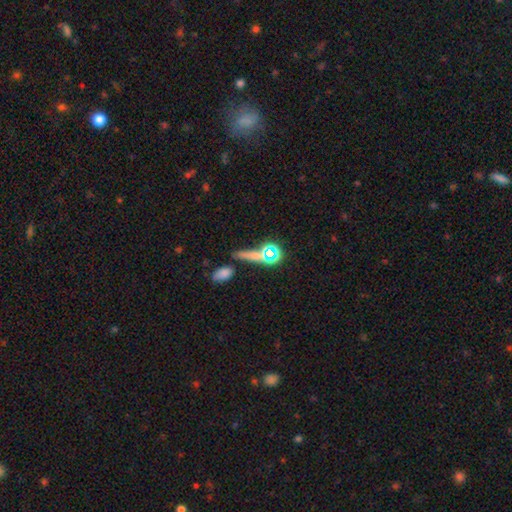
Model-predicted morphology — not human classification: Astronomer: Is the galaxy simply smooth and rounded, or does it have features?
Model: smooth — 47% (runner-up: star or artifact, 37%).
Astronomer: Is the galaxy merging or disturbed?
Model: none — 60%.